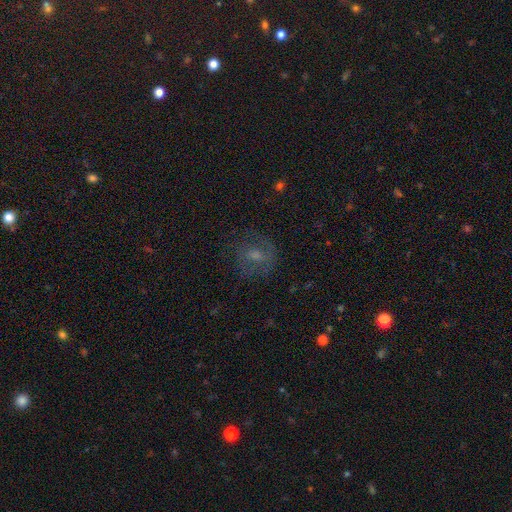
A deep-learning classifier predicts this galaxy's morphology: This appears to be a featured or disk galaxy (45%). Merging: none (69%).